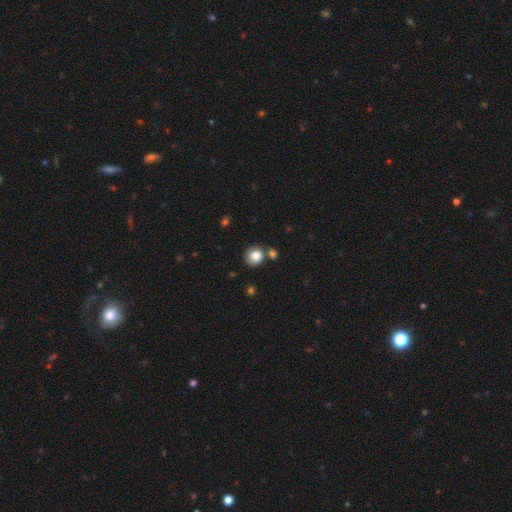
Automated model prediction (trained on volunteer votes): smooth 84%, star or artifact 10%, featured or disk 7%. Down the decision tree: how rounded — round (87%); merging — none (72%).